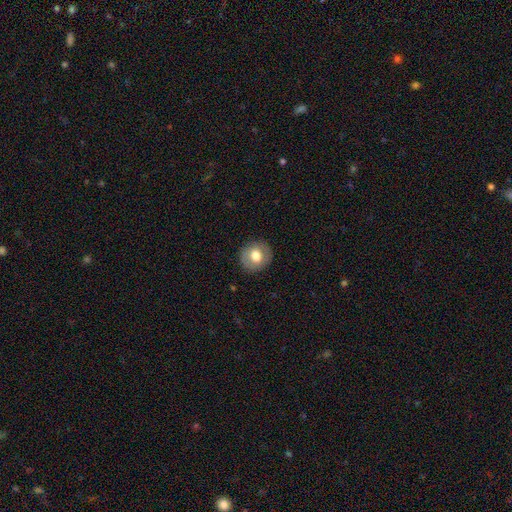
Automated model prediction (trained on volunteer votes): Smooth or featured?
  - smooth: 72% *
  - featured or disk: 20%
  - star or artifact: 8%
How rounded?
  - round: 83% *
  - in between: 16%
  - cigar-shaped: 1%
Merging?
  - none: 88% *
  - minor disturbance: 8%
  - major disturbance: 3%
  - merger: 1%